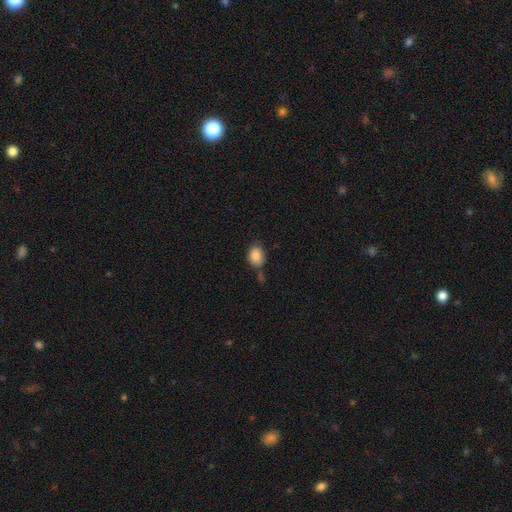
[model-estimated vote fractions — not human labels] The model was most divided on "merging": none: 63%, minor disturbance: 20%, merger: 11%, major disturbance: 5%. More confident: smooth or featured — smooth (87%); how rounded — in between (71%).